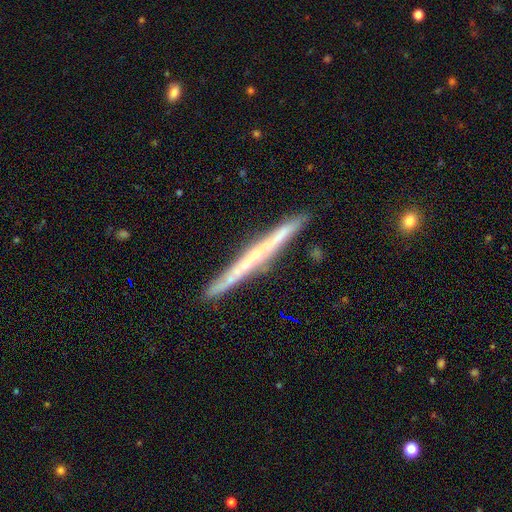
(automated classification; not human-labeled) The model was most divided on "smooth or featured": featured or disk: 66%, smooth: 27%, star or artifact: 6%. More confident: edge-on disk — yes (97%); merging — none (89%); edge-on bulge — none (71%).